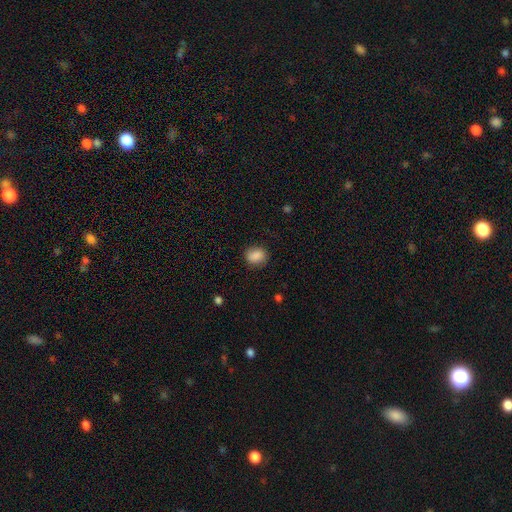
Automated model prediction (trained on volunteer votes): The model was most divided on "how rounded": round: 55%, in between: 44%, cigar-shaped: 1%. More confident: smooth or featured — smooth (84%); merging — none (79%).